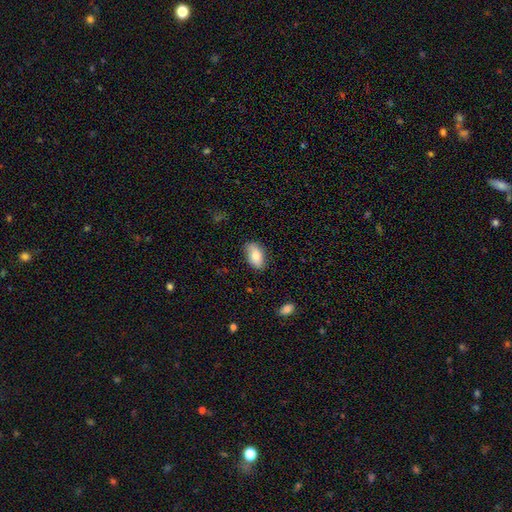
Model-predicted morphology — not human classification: smooth_or_featured: smooth (p=0.80) [alt: featured or disk p=0.13]
how_rounded: in between (p=0.92) [alt: round p=0.05]
merging: none (p=0.79) [alt: minor disturbance p=0.17]